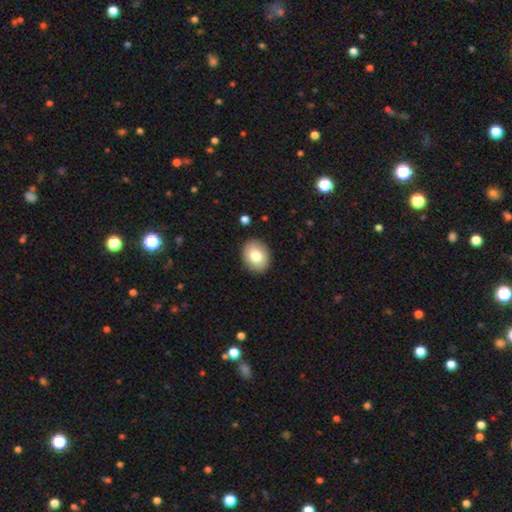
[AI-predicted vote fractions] This is likely a smooth galaxy (80%). How rounded: possibly in between (57%). Merging: clearly none (90%).